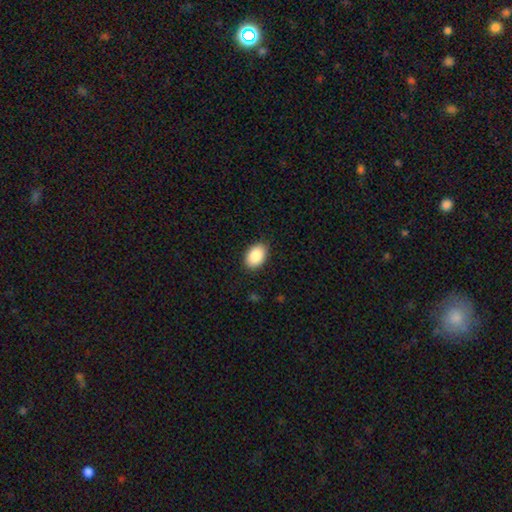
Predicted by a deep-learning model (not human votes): Smooth or featured: smooth — 89% (star or artifact — 7%)
How rounded: in between — 89% (round — 10%)
Merging: none — 87% (minor disturbance — 10%)